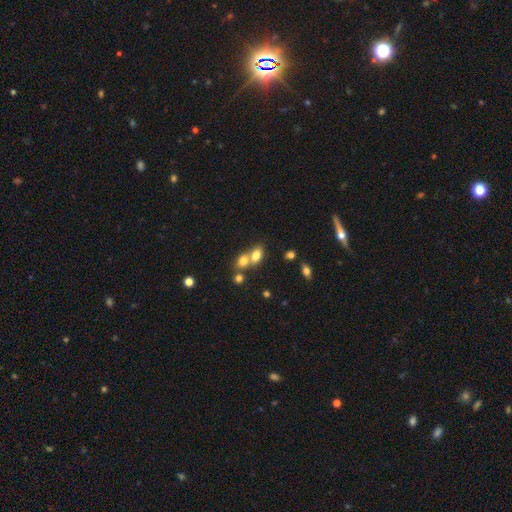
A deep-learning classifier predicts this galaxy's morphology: Overall: smooth (75%). How rounded: in between (73%). Merging: merger (57%; none 31%).